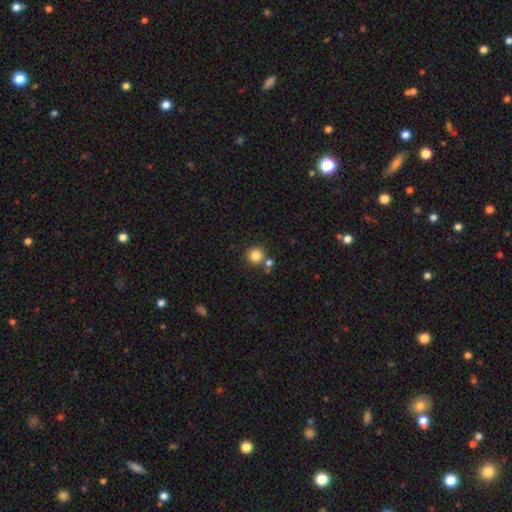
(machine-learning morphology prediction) The model was most divided on "merging": none: 73%, merger: 17%, minor disturbance: 8%, major disturbance: 3%. More confident: how rounded — round (93%); smooth or featured — smooth (84%).